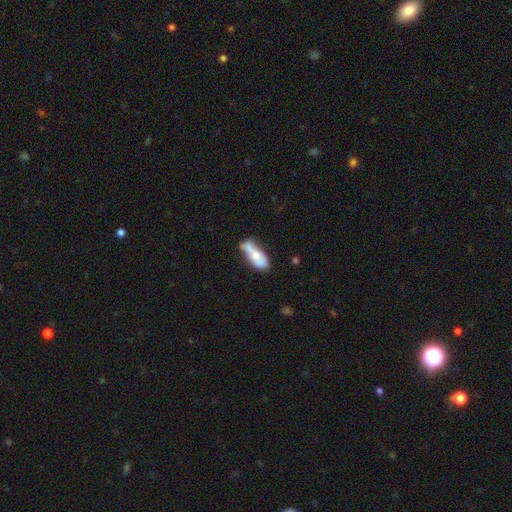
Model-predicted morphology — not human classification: Smooth or featured: smooth — 54% (featured or disk — 39%)
How rounded: in between — 73% (cigar-shaped — 24%)
Merging: none — 42% (minor disturbance — 28%)